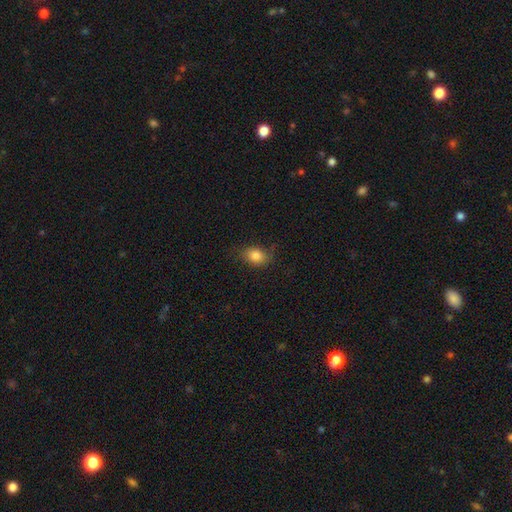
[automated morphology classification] Q: Smooth or featured?
A: smooth (82%); runner-up: star or artifact (9%)
Q: How rounded?
A: in between (68%); runner-up: round (30%)
Q: Merging?
A: none (72%); runner-up: minor disturbance (21%)